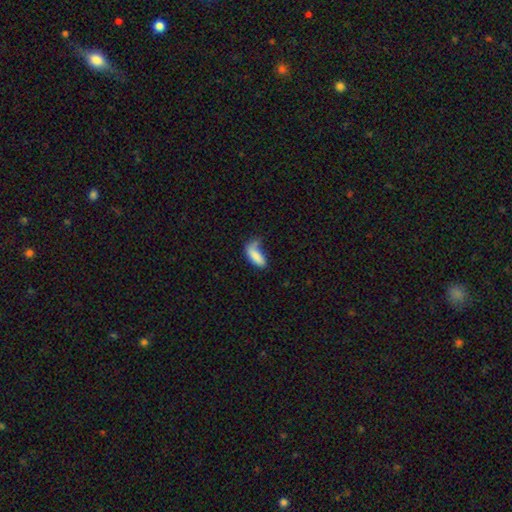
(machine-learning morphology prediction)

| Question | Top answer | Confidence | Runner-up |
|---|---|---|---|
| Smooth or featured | smooth | 81% | featured or disk (11%) |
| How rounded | in between | 75% | cigar-shaped (22%) |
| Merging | none | 35% | minor disturbance (27%) |